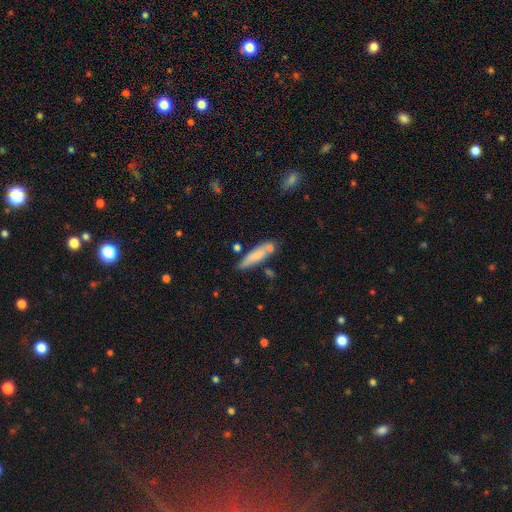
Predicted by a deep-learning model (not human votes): smooth-or-featured: smooth: 75% | featured or disk: 18% | star or artifact: 7%
  how-rounded: cigar-shaped: 74% | in between: 24% | round: 2%
  merging: none: 66% | minor disturbance: 18% | merger: 12% | major disturbance: 5%